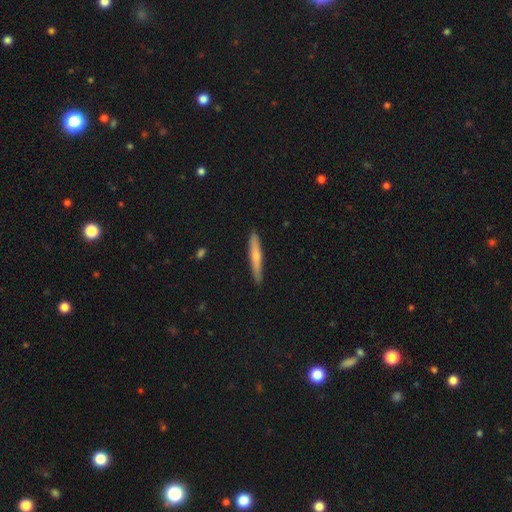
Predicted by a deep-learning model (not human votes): Morphology: type=smooth (59%); roundness=cigar-shaped (94%); merging=none (88%).